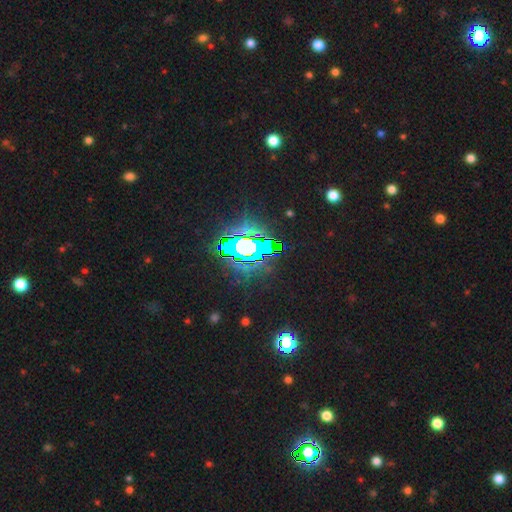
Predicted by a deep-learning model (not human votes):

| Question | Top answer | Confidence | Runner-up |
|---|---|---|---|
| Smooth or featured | star or artifact | 69% | smooth (17%) |